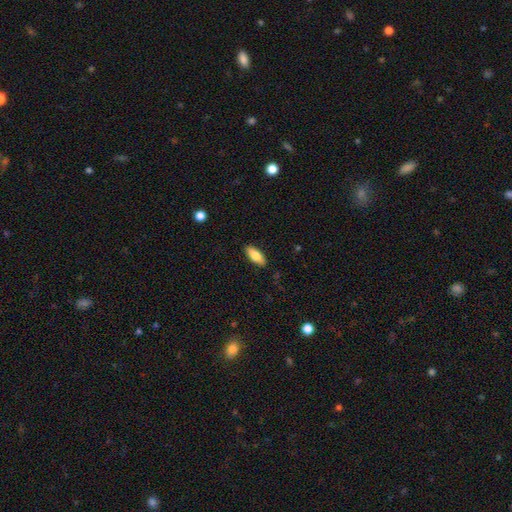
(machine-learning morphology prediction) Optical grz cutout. It shows a smooth galaxy with no disk features (78%) that is in between round and cigar-shaped (78%). Merging: none (88%).